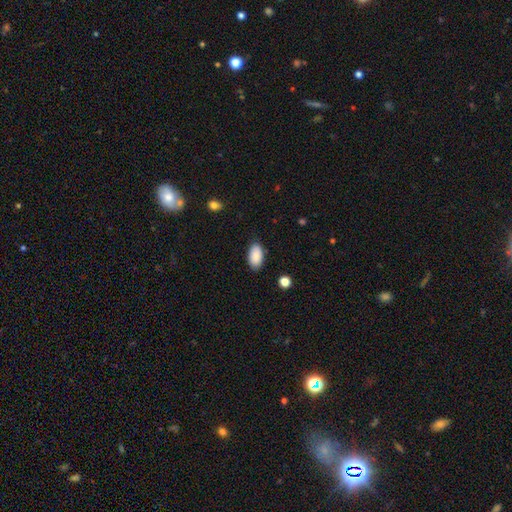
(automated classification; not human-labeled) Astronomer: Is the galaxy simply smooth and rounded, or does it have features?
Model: smooth — 88%.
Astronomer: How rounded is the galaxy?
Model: in between — 95%.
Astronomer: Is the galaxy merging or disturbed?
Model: none — 85%.